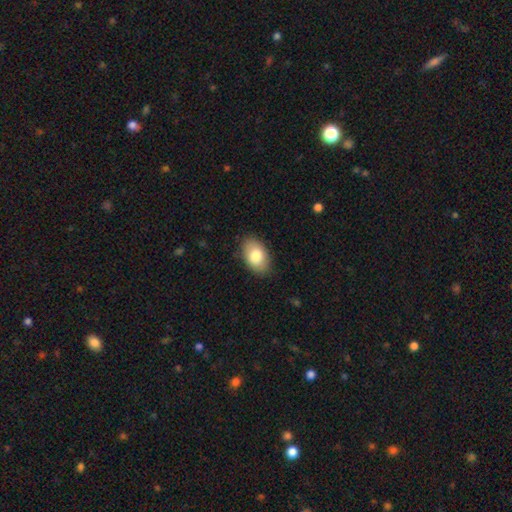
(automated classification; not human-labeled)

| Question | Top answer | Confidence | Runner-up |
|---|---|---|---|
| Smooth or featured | smooth | 82% | featured or disk (12%) |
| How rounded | in between | 91% | round (8%) |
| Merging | none | 85% | minor disturbance (11%) |